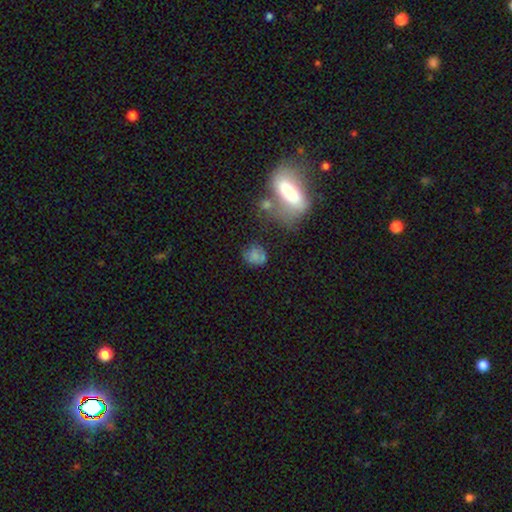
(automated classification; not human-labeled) A smooth galaxy with no disk features (66%) that is round (59%).

Vote fractions:
- Smooth or featured? smooth: 66% / featured or disk: 19% / star or artifact: 14%
- How rounded? round: 59% / in between: 38% / cigar-shaped: 2%
- Merging? none: 48% / minor disturbance: 24% / major disturbance: 16% / merger: 12%